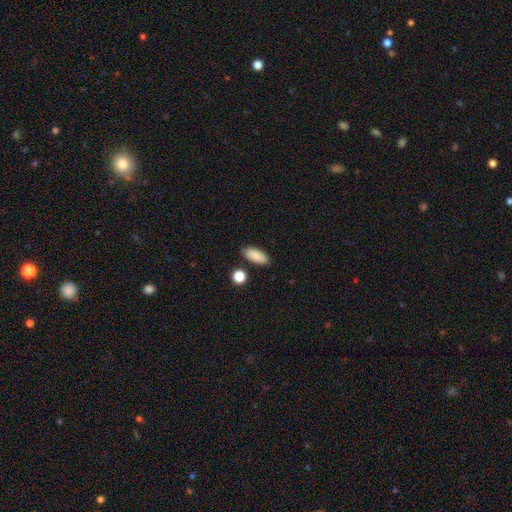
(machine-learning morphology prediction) Q: Smooth or featured?
A: smooth (88%); runner-up: star or artifact (7%)
Q: How rounded?
A: in between (84%); runner-up: cigar-shaped (13%)
Q: Merging?
A: none (83%); runner-up: minor disturbance (10%)